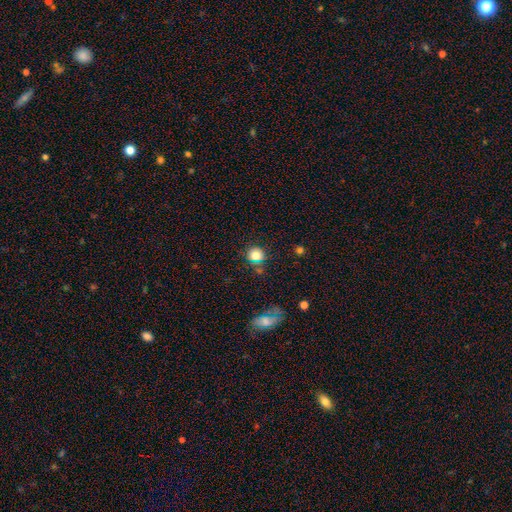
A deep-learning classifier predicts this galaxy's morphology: A smooth galaxy with no disk features (78%) that is round (85%). Merging: none (78%).